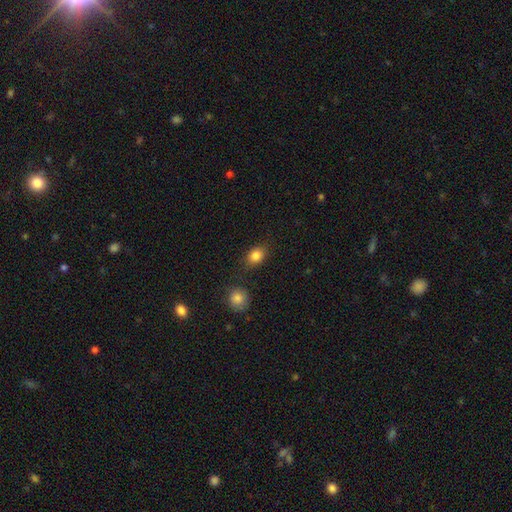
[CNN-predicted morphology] A smooth galaxy with no disk features (84%) that is in between round and cigar-shaped (57%). Merging: none (79%).